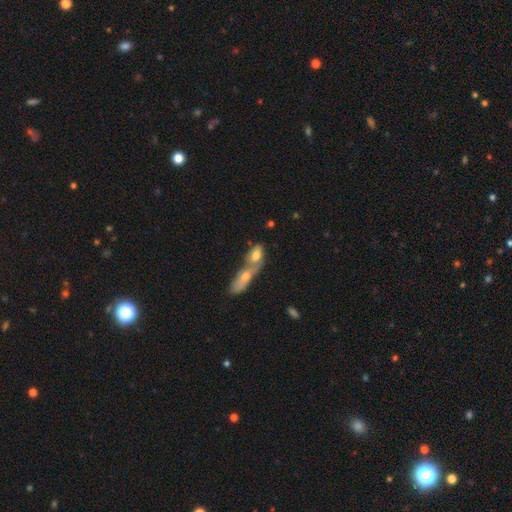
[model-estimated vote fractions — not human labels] The model was most divided on "smooth or featured": smooth: 68%, featured or disk: 24%, star or artifact: 9%. More confident: how rounded — in between (76%); merging — merger (72%).